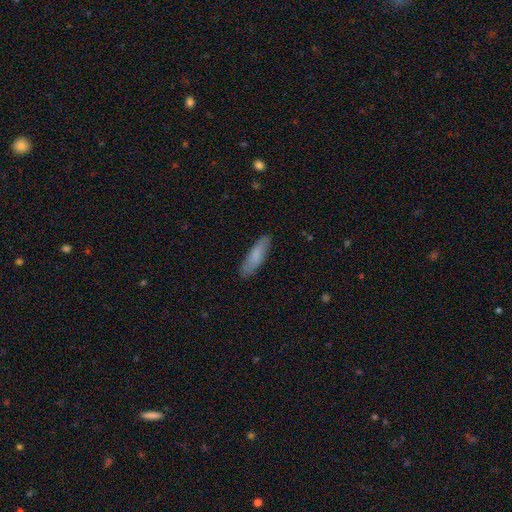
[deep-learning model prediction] A smooth galaxy with no disk features (78%) that is cigar-shaped (59%). Merging: none (85%).